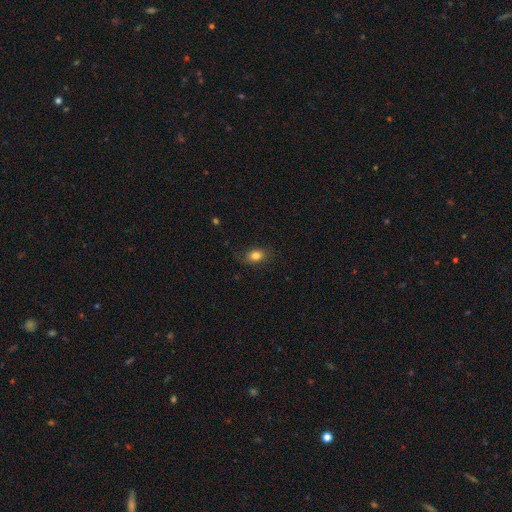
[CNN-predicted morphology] This is clearly a smooth galaxy (82%). How rounded: likely in between (73%). Merging: clearly none (81%).